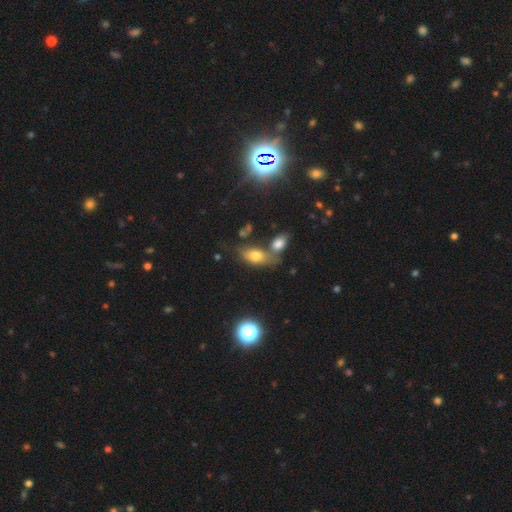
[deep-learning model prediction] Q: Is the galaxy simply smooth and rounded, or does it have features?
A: smooth — 69%.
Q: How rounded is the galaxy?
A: in between — 87%.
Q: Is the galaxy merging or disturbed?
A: none — 45%.